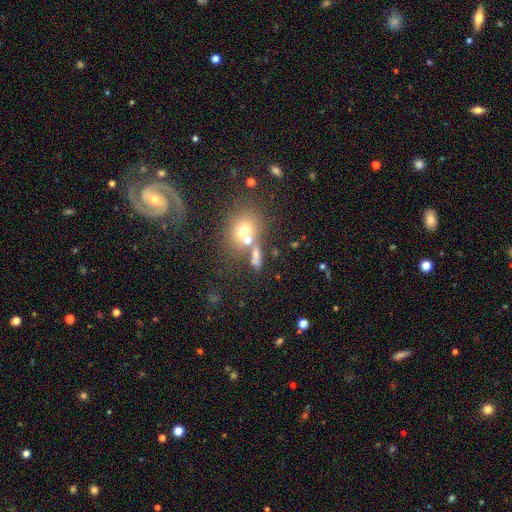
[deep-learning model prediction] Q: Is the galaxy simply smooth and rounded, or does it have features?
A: smooth — 60%.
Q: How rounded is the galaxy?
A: in between — 45%.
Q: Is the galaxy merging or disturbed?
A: none — 46%.